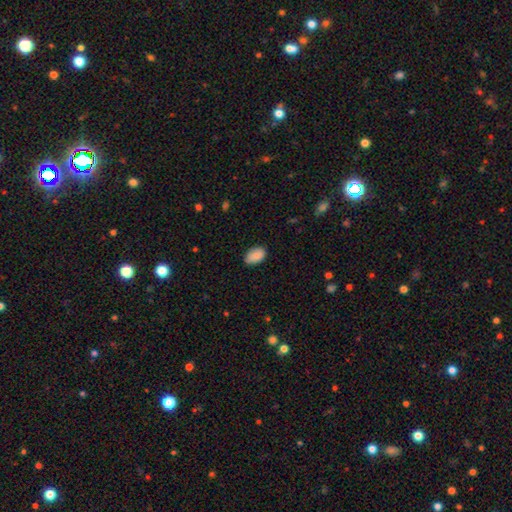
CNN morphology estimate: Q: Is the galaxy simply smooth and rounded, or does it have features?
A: smooth — 88%.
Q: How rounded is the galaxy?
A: in between — 91%.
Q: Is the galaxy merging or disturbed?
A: none — 81%.